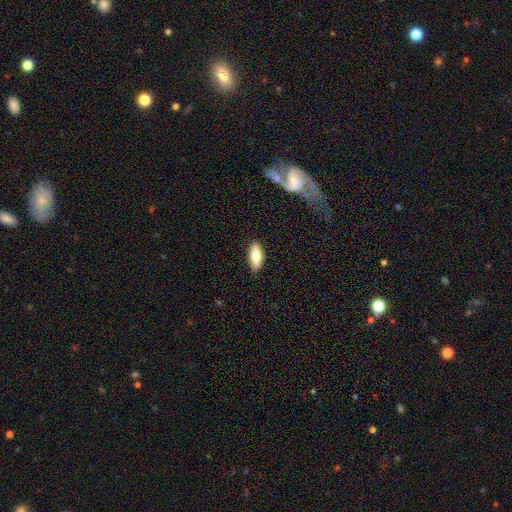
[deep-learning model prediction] smooth_or_featured: smooth (p=0.72) [alt: featured or disk p=0.22]
how_rounded: in between (p=0.67) [alt: cigar-shaped p=0.31]
merging: none (p=0.87) [alt: minor disturbance p=0.09]